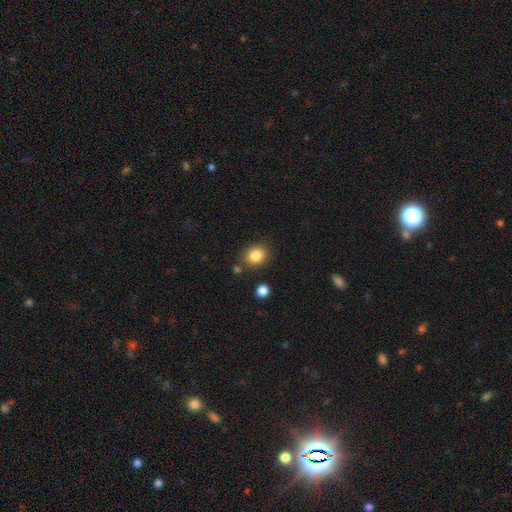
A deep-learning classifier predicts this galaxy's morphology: Smooth or featured: smooth — 84% (star or artifact — 10%)
How rounded: round — 69% (in between — 30%)
Merging: none — 81% (minor disturbance — 10%)